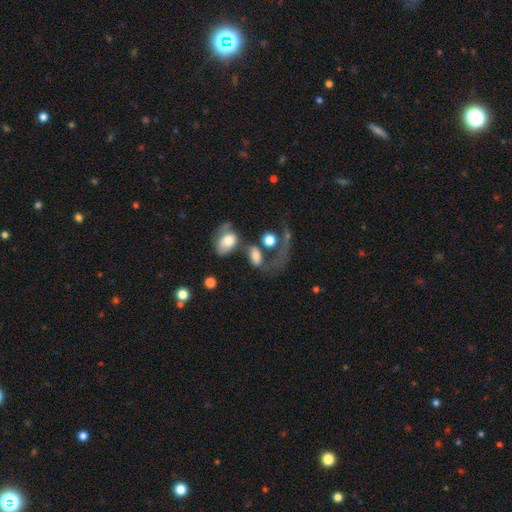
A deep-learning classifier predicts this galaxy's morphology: The model was most divided on "merging": merger: 35%, major disturbance: 31%, none: 22%, minor disturbance: 12%. More confident: how rounded — in between (80%); smooth or featured — smooth (65%).